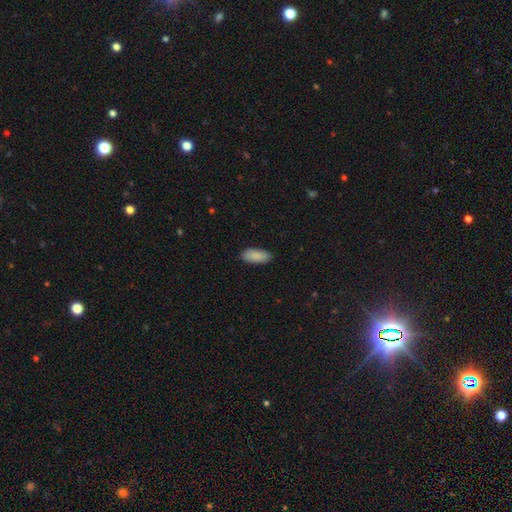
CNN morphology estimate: Q: Smooth or featured?
A: smooth (89%); runner-up: star or artifact (6%)
Q: How rounded?
A: in between (89%); runner-up: cigar-shaped (10%)
Q: Merging?
A: none (87%); runner-up: minor disturbance (10%)